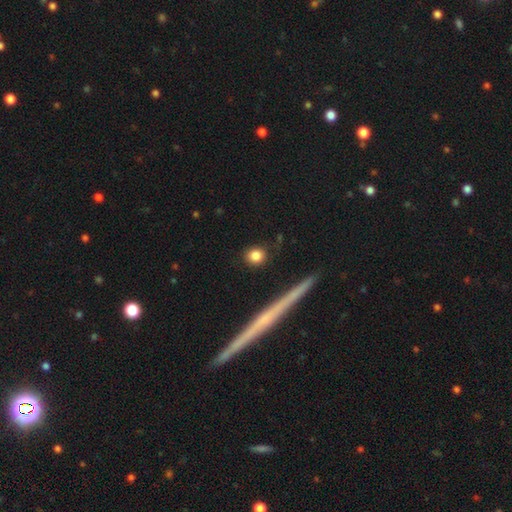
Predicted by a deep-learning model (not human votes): This appears to be a smooth galaxy with no disk features (83%) that is round (82%). Merging: none (87%).